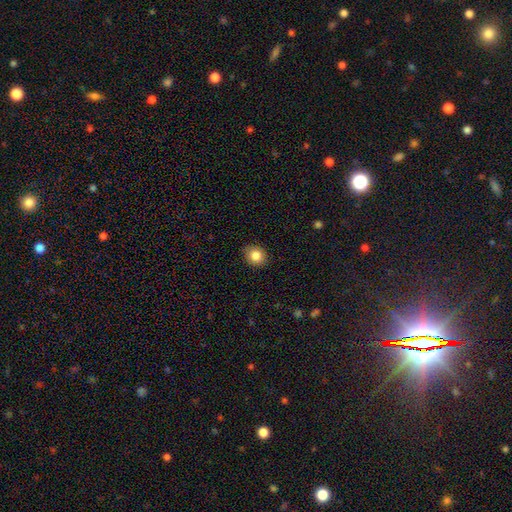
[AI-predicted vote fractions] Morphology: type=smooth (84%); roundness=round (69%); merging=none (87%).